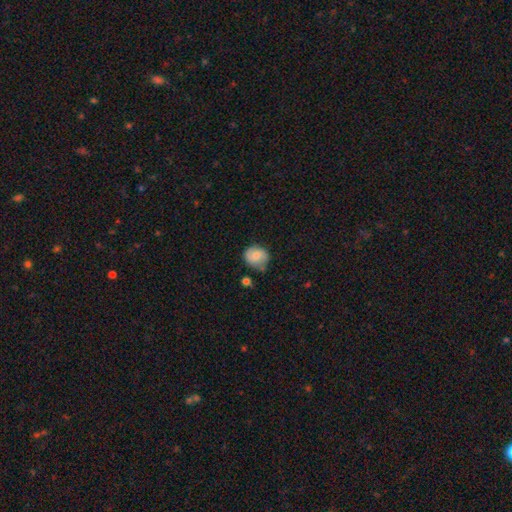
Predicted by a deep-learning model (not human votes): smooth_or_featured: smooth (p=0.75) [alt: featured or disk p=0.17]
how_rounded: round (p=0.69) [alt: in between p=0.30]
merging: none (p=0.63) [alt: minor disturbance p=0.27]